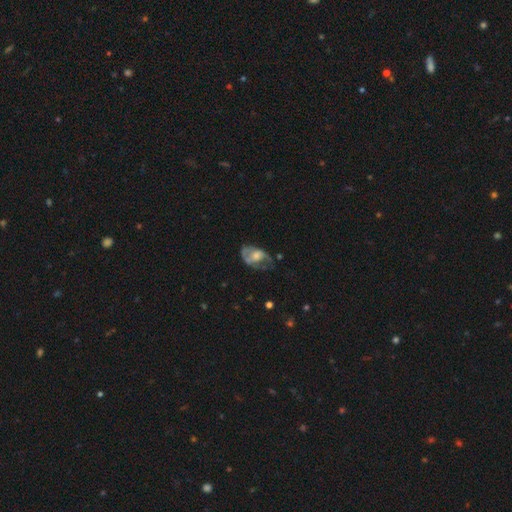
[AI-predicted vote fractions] This is possibly a featured or disk galaxy (55%). It is clearly not viewed edge-on (95%). Bar: likely no (68%). Spiral arm pattern: possibly yes (55%). Central bulge: possibly moderate (49%). Merging: marginally none (37%).